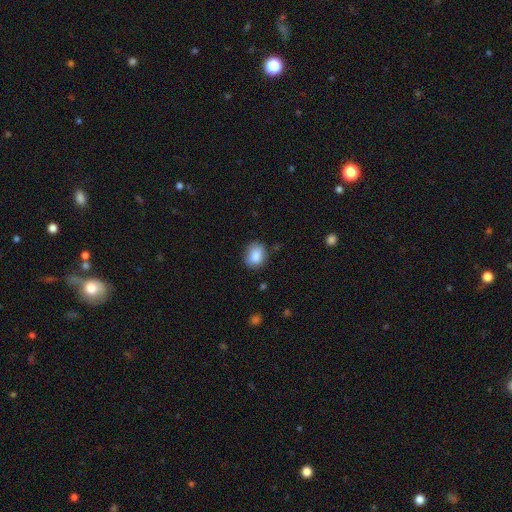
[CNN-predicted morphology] Q: Smooth or featured?
A: smooth (86%); runner-up: star or artifact (8%)
Q: How rounded?
A: round (50%); runner-up: in between (49%)
Q: Merging?
A: none (77%); runner-up: minor disturbance (17%)